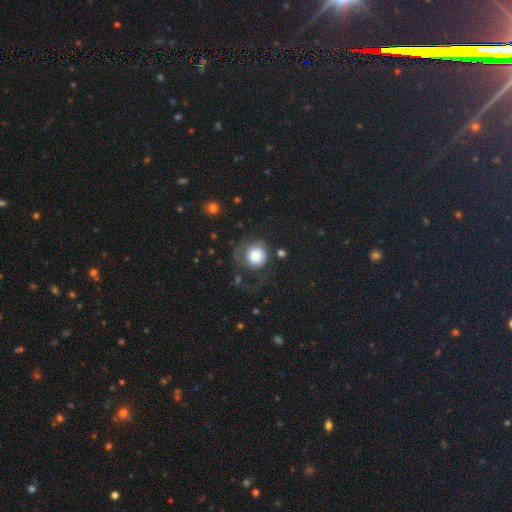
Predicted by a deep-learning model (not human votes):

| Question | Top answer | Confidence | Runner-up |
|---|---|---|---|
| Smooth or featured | smooth | 74% | featured or disk (18%) |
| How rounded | round | 89% | in between (10%) |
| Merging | none | 43% | major disturbance (34%) |